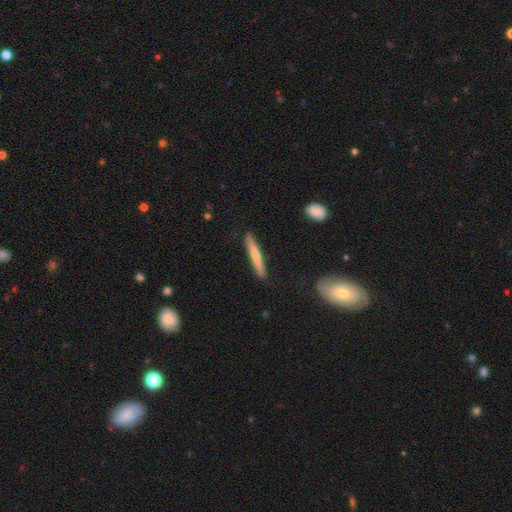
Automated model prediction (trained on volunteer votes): Smooth or featured? smooth (65%)
How rounded? cigar-shaped (95%)
Merging? none (88%)